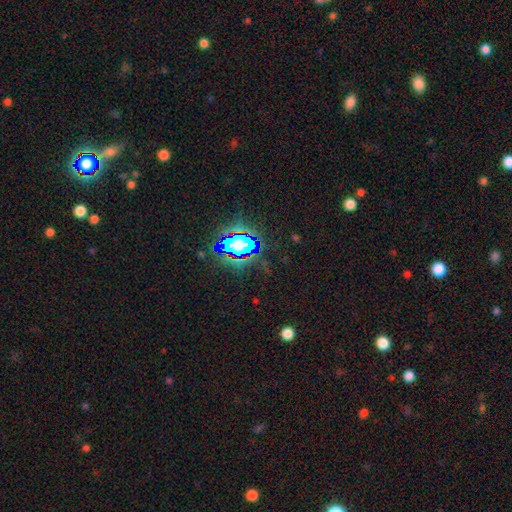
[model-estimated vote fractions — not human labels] smooth_or_featured: star or artifact (p=0.80) [alt: smooth p=0.12]